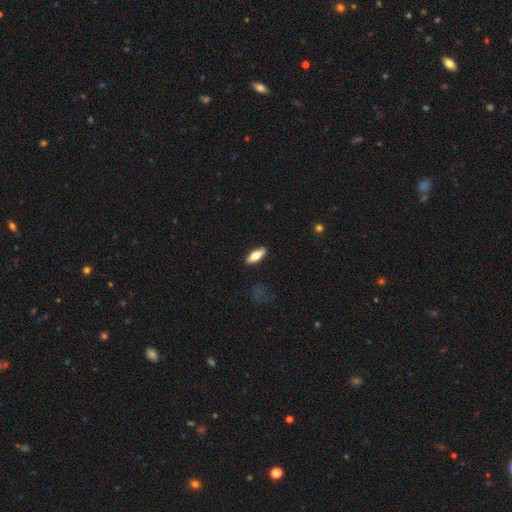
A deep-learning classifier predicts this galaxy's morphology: type=smooth (61%); roundness=in between (66%); merging=none (88%).